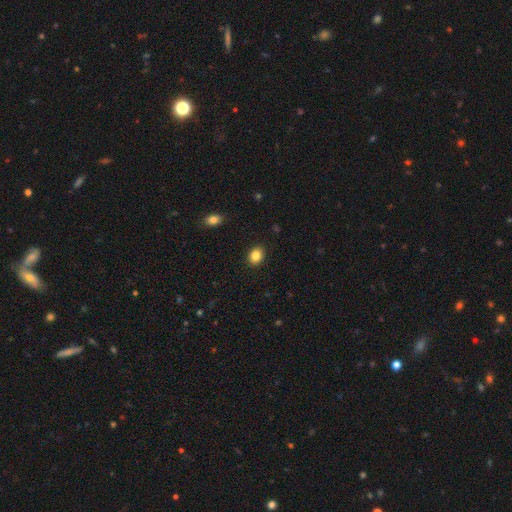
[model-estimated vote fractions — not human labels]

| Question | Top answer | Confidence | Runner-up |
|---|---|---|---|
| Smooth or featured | smooth | 85% | star or artifact (10%) |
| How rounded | round | 50% | in between (49%) |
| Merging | none | 90% | minor disturbance (7%) |